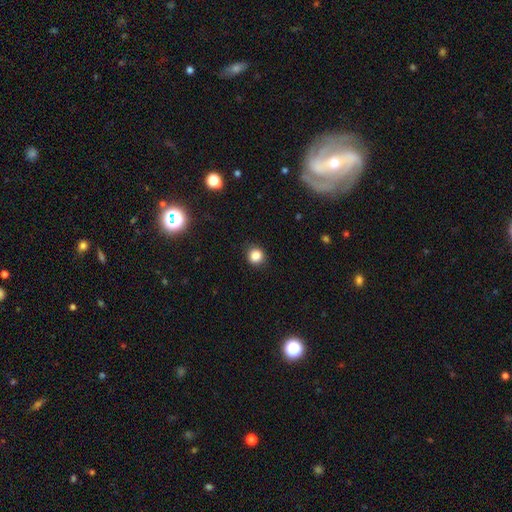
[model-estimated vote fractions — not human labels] The model was most divided on "smooth or featured": smooth: 85%, star or artifact: 12%, featured or disk: 4%. More confident: merging — none (88%); how rounded — round (87%).